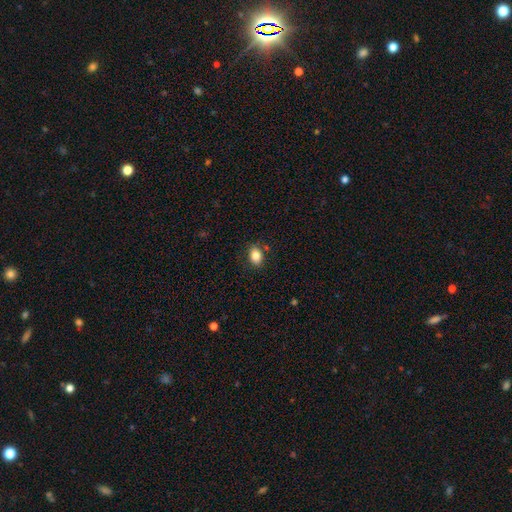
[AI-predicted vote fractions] smooth-or-featured: smooth: 84% | star or artifact: 9% | featured or disk: 7%
  how-rounded: in between: 76% | round: 23% | cigar-shaped: 1%
  merging: none: 82% | minor disturbance: 12% | major disturbance: 3% | merger: 3%